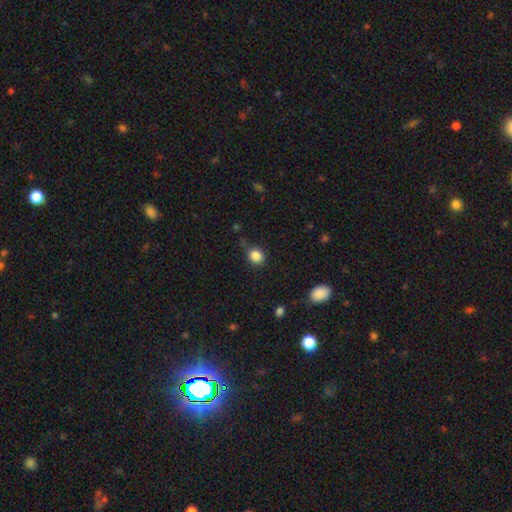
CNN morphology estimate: A smooth galaxy with no disk features (85%) that is round (74%). Merging: none (74%).